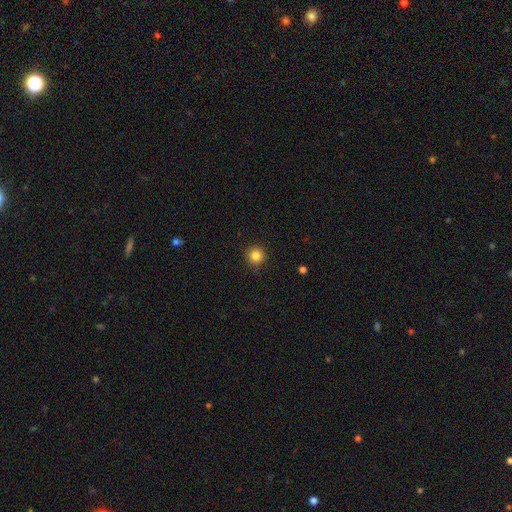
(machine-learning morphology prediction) Smooth or featured? Predicted: smooth (p=0.84). How rounded? Predicted: round (p=0.95). Merging? Predicted: none (p=0.91).